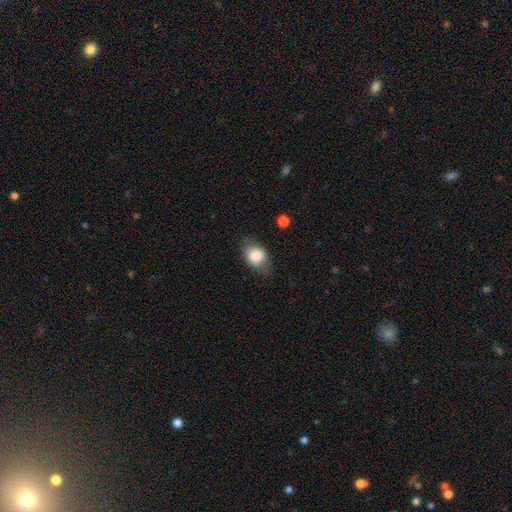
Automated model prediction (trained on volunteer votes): This appears to be a smooth galaxy with no disk features (81%) that is in between round and cigar-shaped (63%). Merging: none (73%).